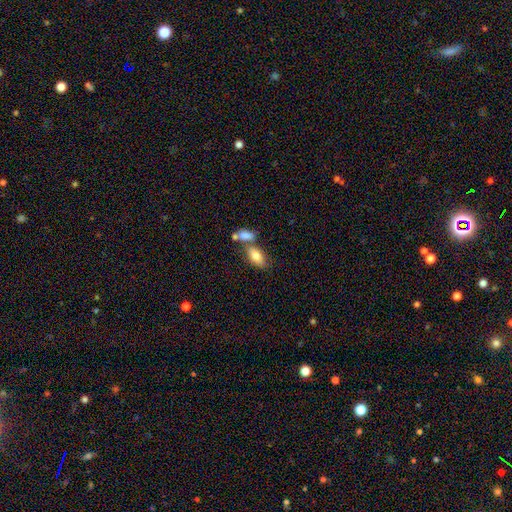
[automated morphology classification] A smooth galaxy with no disk features (81%) that is in between round and cigar-shaped (91%). Merging: none (46%).